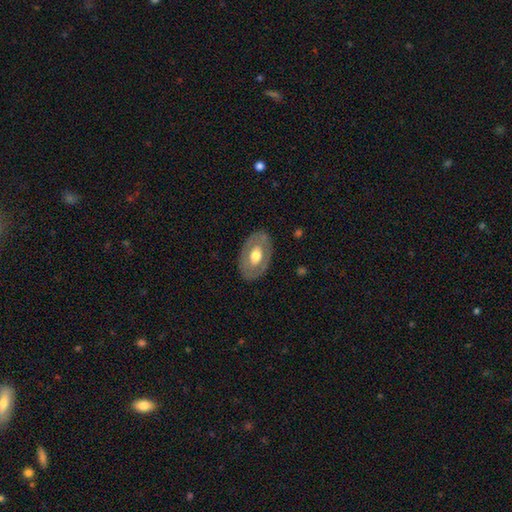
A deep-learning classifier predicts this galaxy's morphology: The model was most divided on "smooth or featured": featured or disk: 49%, smooth: 46%, star or artifact: 5%. More confident: merging — none (82%).